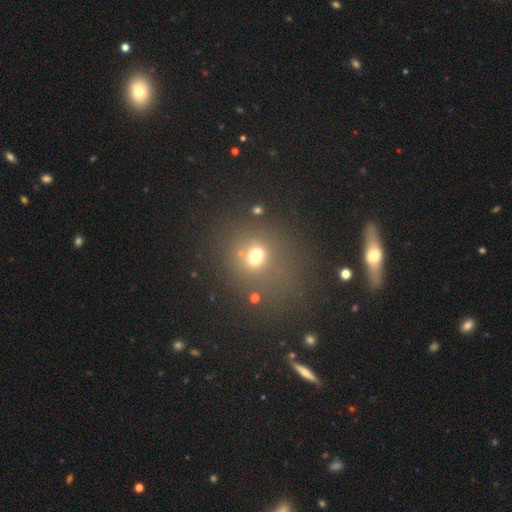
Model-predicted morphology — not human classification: Smooth or featured?
  - smooth: 53% *
  - star or artifact: 27%
  - featured or disk: 20%
How rounded?
  - round: 69% *
  - in between: 29%
  - cigar-shaped: 1%
Merging?
  - none: 46% *
  - merger: 36%
  - minor disturbance: 10%
  - major disturbance: 7%